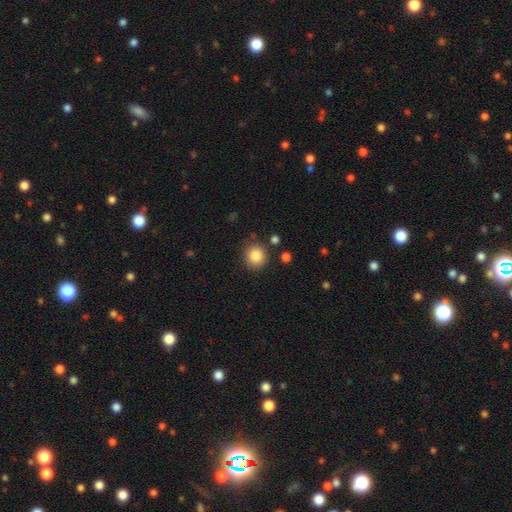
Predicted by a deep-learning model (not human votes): smooth_or_featured: smooth (p=0.87) [alt: star or artifact p=0.09]
how_rounded: round (p=0.88) [alt: in between p=0.11]
merging: none (p=0.85) [alt: minor disturbance p=0.09]